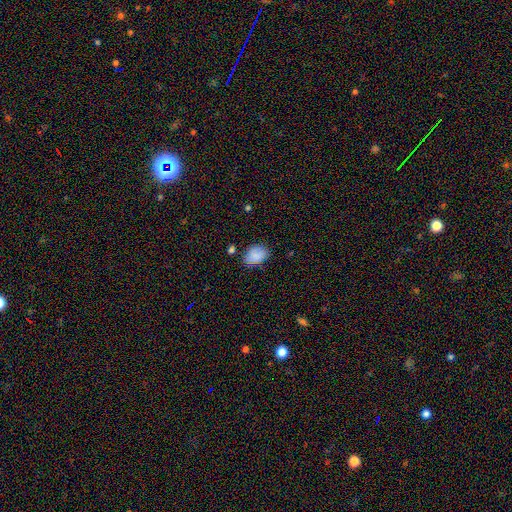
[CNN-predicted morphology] type=smooth (84%); roundness=in between (78%); merging=none (70%).